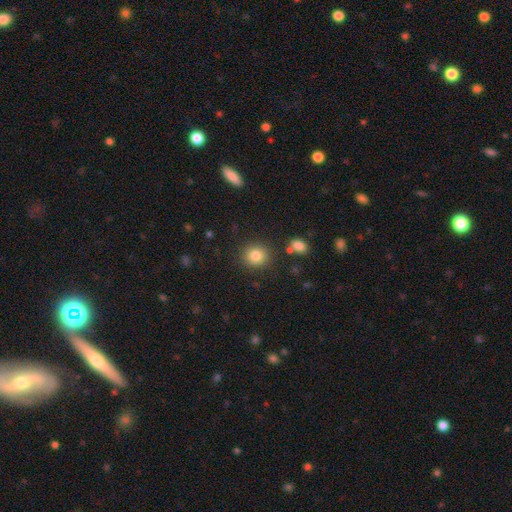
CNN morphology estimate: A smooth galaxy with no disk features (83%) that is round (85%). Merging: none (86%).